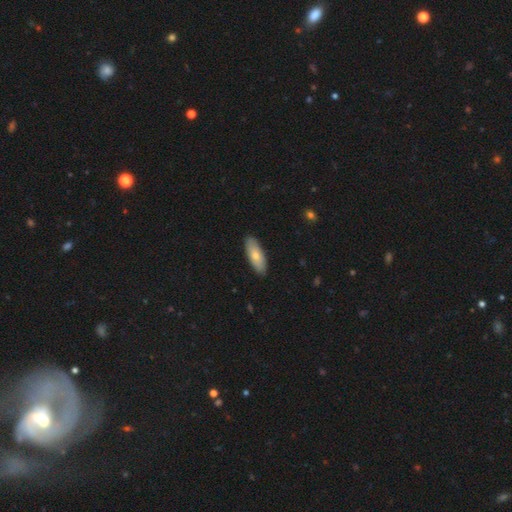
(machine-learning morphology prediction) Overall: smooth (72%). How rounded: in between (67%; cigar-shaped 31%). Merging: none (89%).